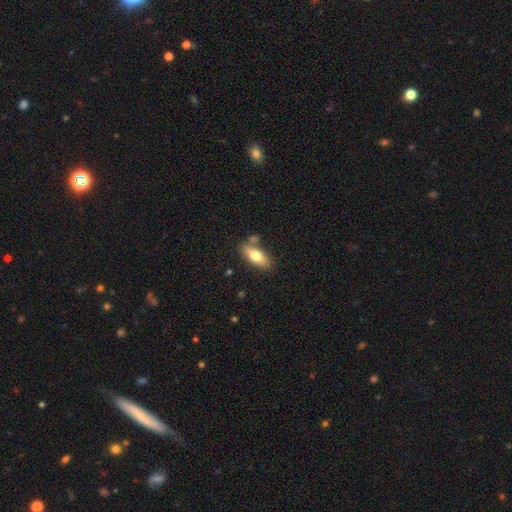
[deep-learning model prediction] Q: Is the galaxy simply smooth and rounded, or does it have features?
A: smooth — 70%.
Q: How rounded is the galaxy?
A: in between — 81%.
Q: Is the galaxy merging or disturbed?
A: none — 71%.